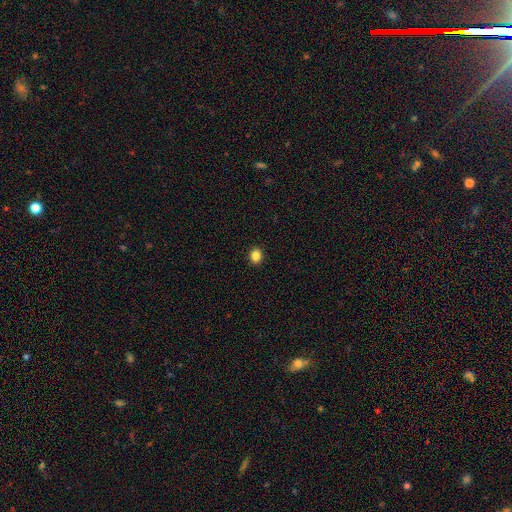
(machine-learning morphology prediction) The model was most divided on "how rounded": round: 65%, in between: 34%, cigar-shaped: 1%. More confident: merging — none (92%); smooth or featured — smooth (86%).